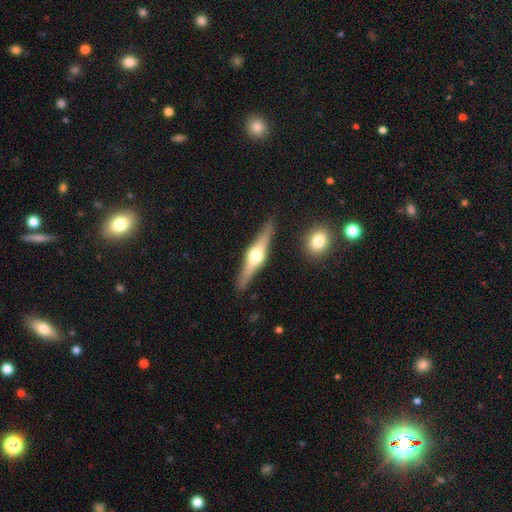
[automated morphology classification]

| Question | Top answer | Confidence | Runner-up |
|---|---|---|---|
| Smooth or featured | featured or disk | 78% | smooth (17%) |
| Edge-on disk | yes | 97% | no (3%) |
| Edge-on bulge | rounded | 94% | boxy (4%) |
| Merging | none | 89% | minor disturbance (8%) |